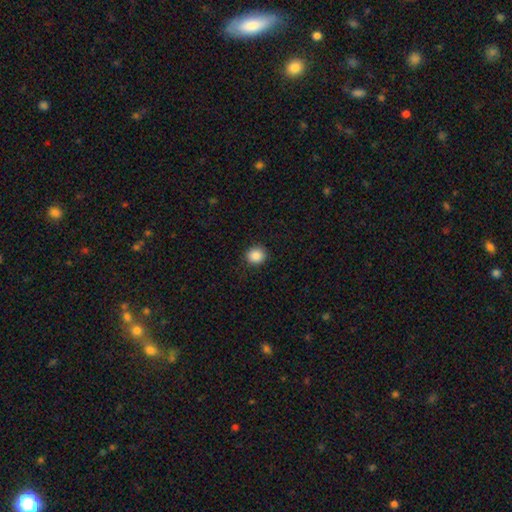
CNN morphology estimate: Q: Smooth or featured?
A: smooth (87%); runner-up: star or artifact (9%)
Q: How rounded?
A: round (87%); runner-up: in between (12%)
Q: Merging?
A: none (90%); runner-up: minor disturbance (7%)